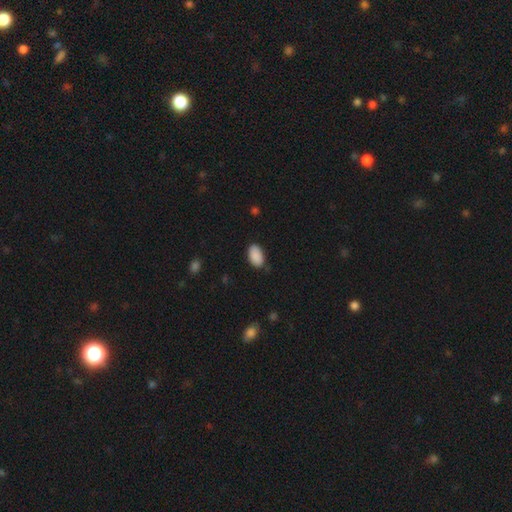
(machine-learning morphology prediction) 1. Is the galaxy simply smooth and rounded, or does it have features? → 90% smooth, 7% star or artifact, 3% featured or disk.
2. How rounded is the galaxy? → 94% in between, 4% round, 1% cigar-shaped.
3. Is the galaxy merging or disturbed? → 80% none, 16% minor disturbance, 3% major disturbance, 1% merger.